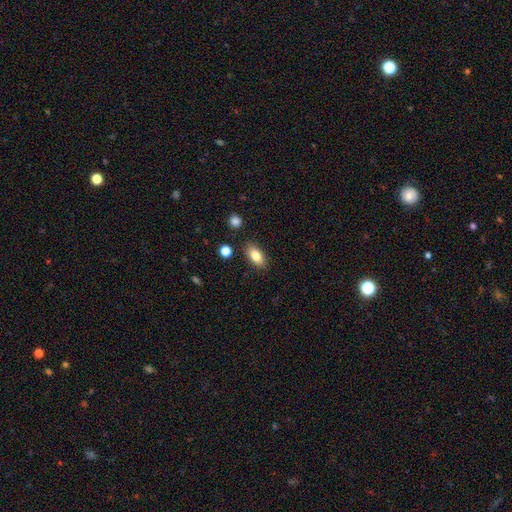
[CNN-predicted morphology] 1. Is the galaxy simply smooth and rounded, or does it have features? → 82% smooth, 10% featured or disk, 8% star or artifact.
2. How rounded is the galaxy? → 87% in between, 8% cigar-shaped, 5% round.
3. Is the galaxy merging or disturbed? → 85% none, 10% minor disturbance, 2% major disturbance, 2% merger.